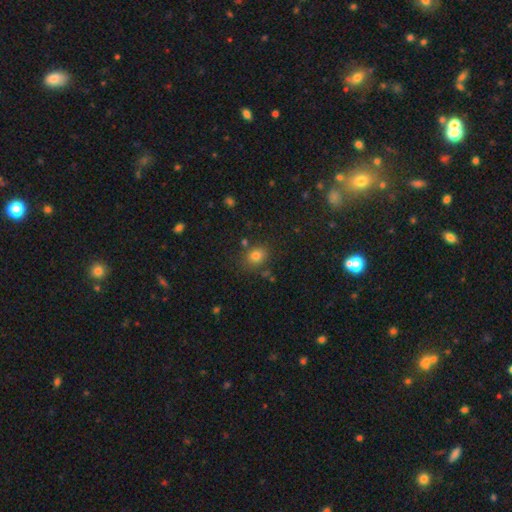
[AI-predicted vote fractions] This is likely a smooth galaxy (78%). How rounded: possibly round (52%). Merging: likely none (75%).